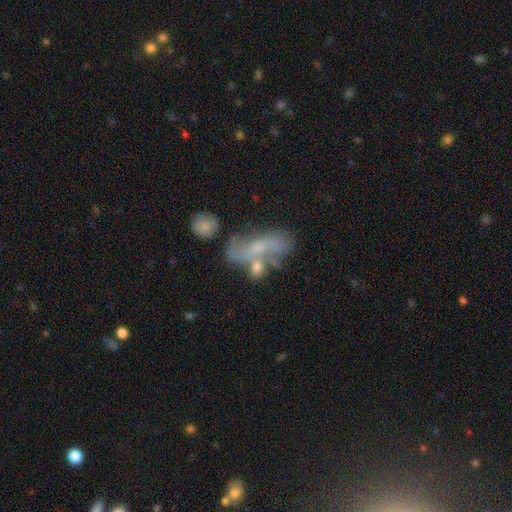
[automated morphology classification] Overall: featured or disk (52%; smooth 37%). Edge-on disk: no (83%). Merging: none (36%; merger 31%).